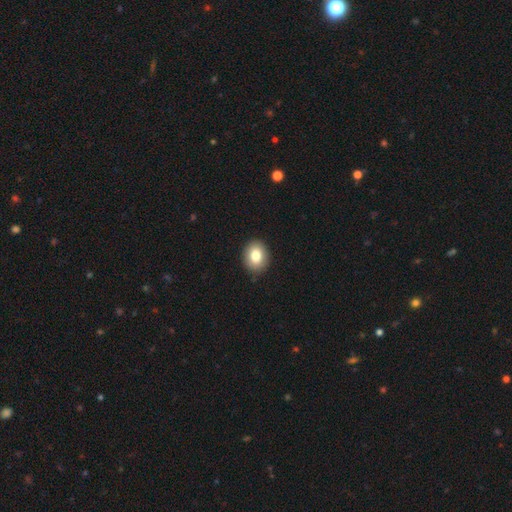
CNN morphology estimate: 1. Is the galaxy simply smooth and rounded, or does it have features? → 83% smooth, 9% featured or disk, 8% star or artifact.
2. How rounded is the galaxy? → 53% in between, 46% round, 1% cigar-shaped.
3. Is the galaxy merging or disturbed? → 89% none, 8% minor disturbance, 2% major disturbance, 1% merger.